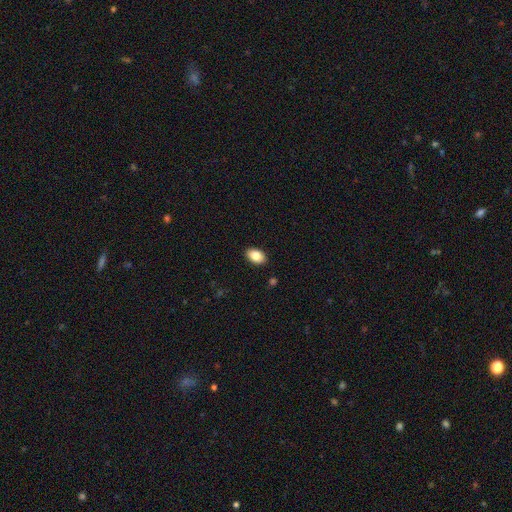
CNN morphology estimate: Smooth or featured? smooth (85%)
How rounded? in between (89%)
Merging? none (90%)